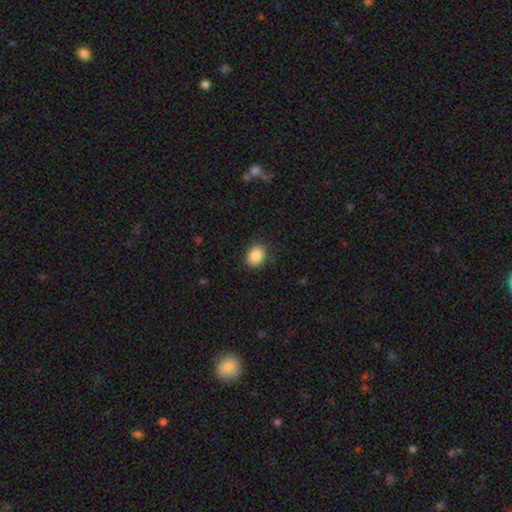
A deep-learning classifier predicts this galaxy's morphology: smooth_or_featured: smooth (p=0.88) [alt: star or artifact p=0.08]
how_rounded: in between (p=0.67) [alt: round p=0.32]
merging: none (p=0.86) [alt: minor disturbance p=0.10]